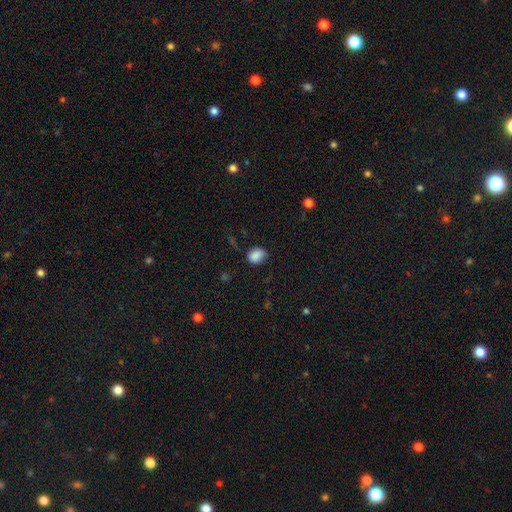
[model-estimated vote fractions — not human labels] This is clearly a smooth galaxy (86%). How rounded: possibly in between (56%). Merging: likely none (68%).